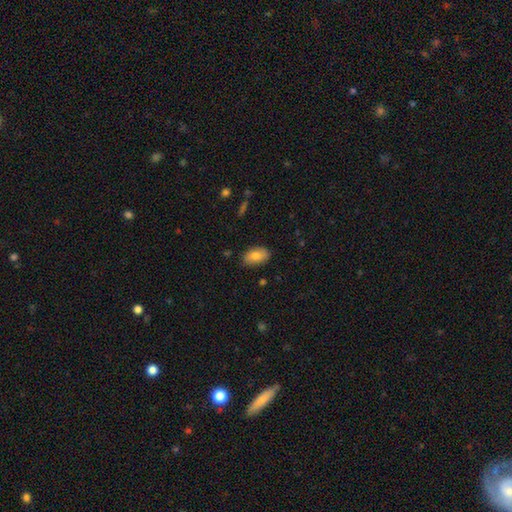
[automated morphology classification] smooth 80%, featured or disk 13%, star or artifact 7%. Down the decision tree: how rounded — in between (92%); merging — none (83%).